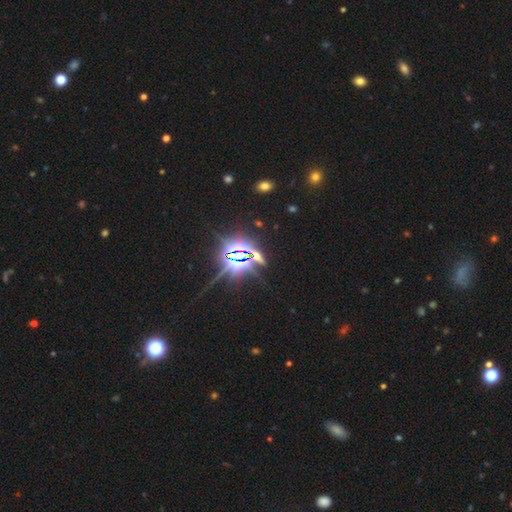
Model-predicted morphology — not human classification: Smooth or featured: star or artifact — 74% (smooth — 15%)